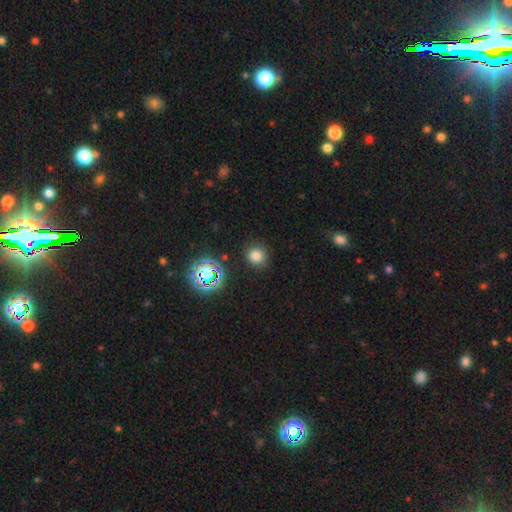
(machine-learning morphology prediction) Q: Smooth or featured?
A: smooth (75%); runner-up: star or artifact (20%)
Q: How rounded?
A: round (91%); runner-up: in between (8%)
Q: Merging?
A: none (86%); runner-up: minor disturbance (9%)